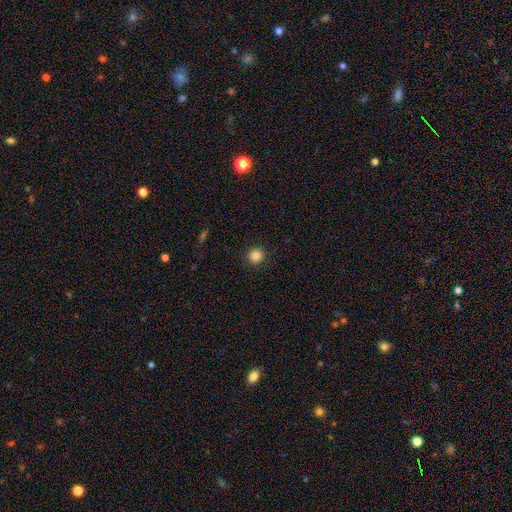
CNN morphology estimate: Smooth or featured? smooth (86%)
How rounded? round (95%)
Merging? none (92%)